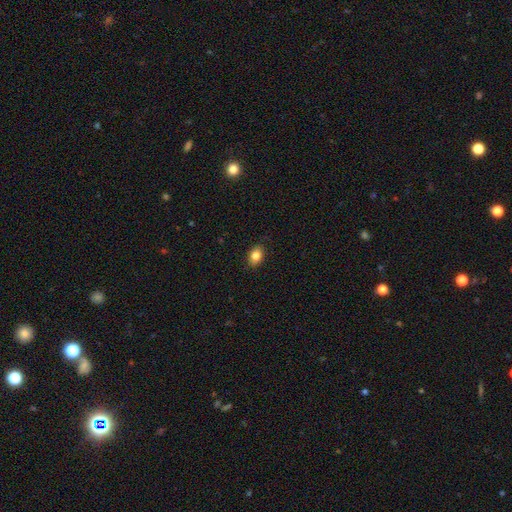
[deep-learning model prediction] Q: Smooth or featured?
A: smooth (84%); runner-up: star or artifact (9%)
Q: How rounded?
A: in between (76%); runner-up: round (23%)
Q: Merging?
A: none (87%); runner-up: minor disturbance (10%)